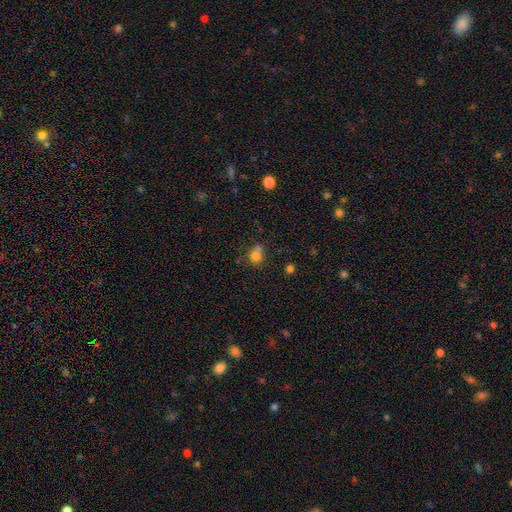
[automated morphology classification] This is likely a smooth galaxy (77%). How rounded: likely round (70%). Merging: possibly none (51%).